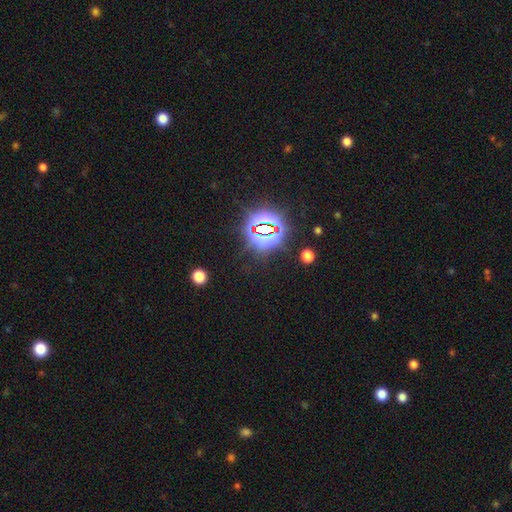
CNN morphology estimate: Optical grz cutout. It shows a star or artifact, not a galaxy (84%).